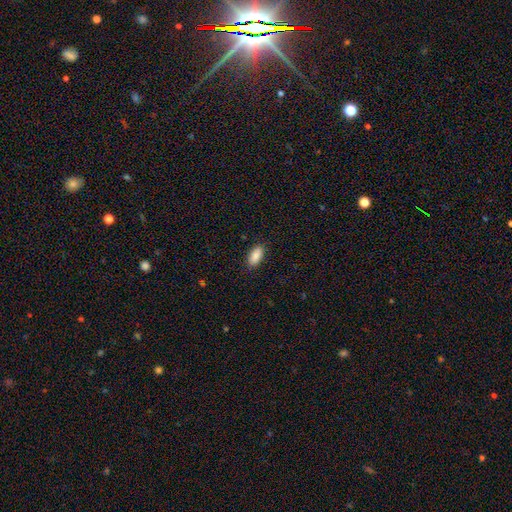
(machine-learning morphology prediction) smooth-or-featured: smooth: 89% | star or artifact: 7% | featured or disk: 4%
  how-rounded: in between: 90% | cigar-shaped: 7% | round: 3%
  merging: none: 88% | minor disturbance: 9% | major disturbance: 2% | merger: 1%